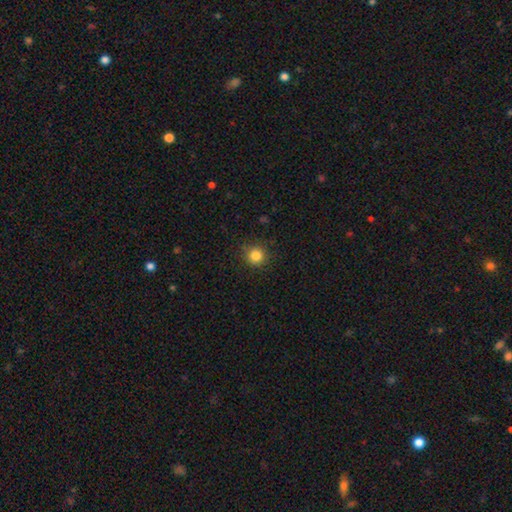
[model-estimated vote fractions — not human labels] smooth 83%, star or artifact 12%, featured or disk 5%. Down the decision tree: how rounded — round (94%); merging — none (89%).